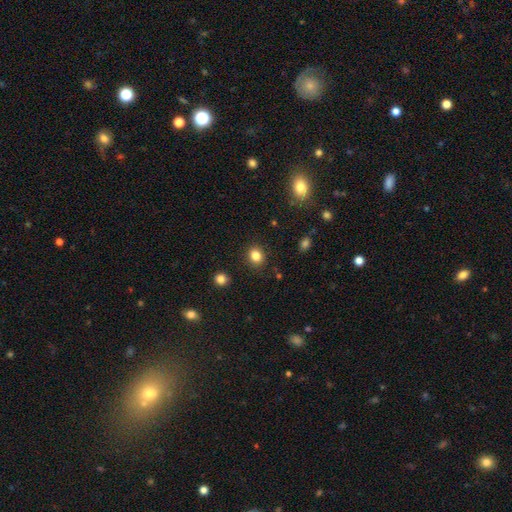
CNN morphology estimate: This is clearly a smooth galaxy (84%). How rounded: likely round (65%). Merging: clearly none (88%).